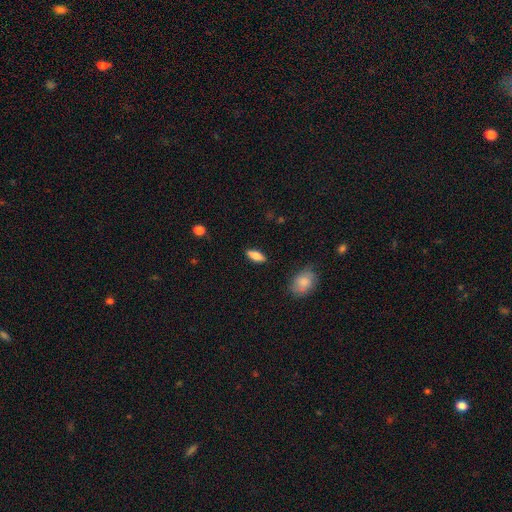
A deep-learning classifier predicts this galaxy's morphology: smooth-or-featured: smooth: 75% | featured or disk: 18% | star or artifact: 7%
  how-rounded: in between: 71% | cigar-shaped: 26% | round: 3%
  merging: none: 86% | minor disturbance: 11% | major disturbance: 3% | merger: 1%